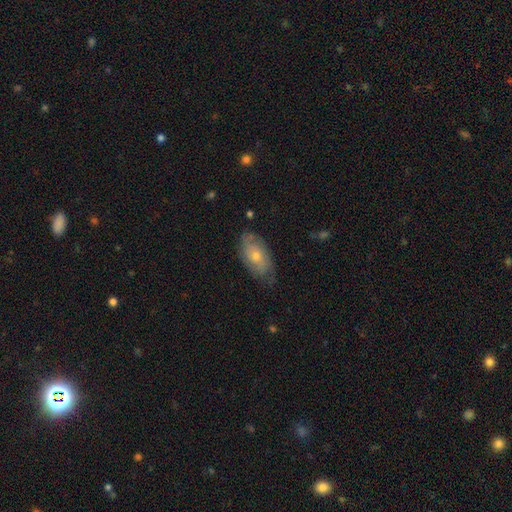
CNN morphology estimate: This is possibly a featured or disk galaxy (47%). Merging: likely none (72%).